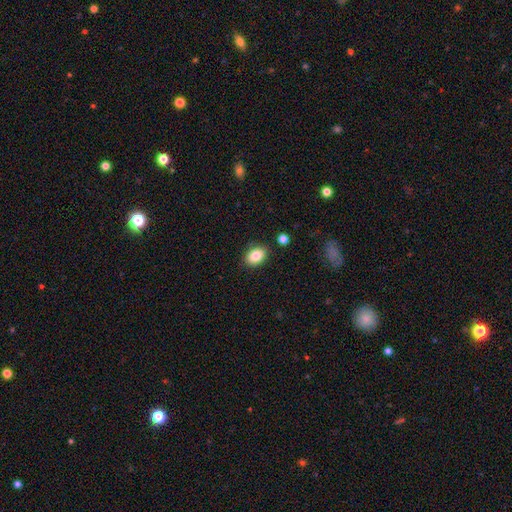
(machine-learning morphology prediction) Overall: smooth (84%). How rounded: in between (82%). Merging: none (85%).